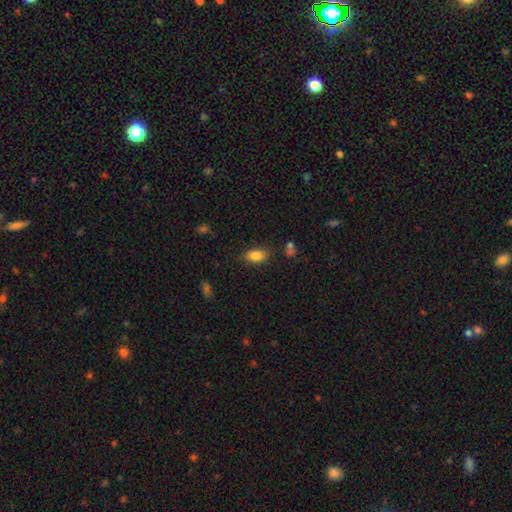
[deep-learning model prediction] A smooth galaxy with no disk features (83%) that is in between round and cigar-shaped (90%). Merging: none (78%).